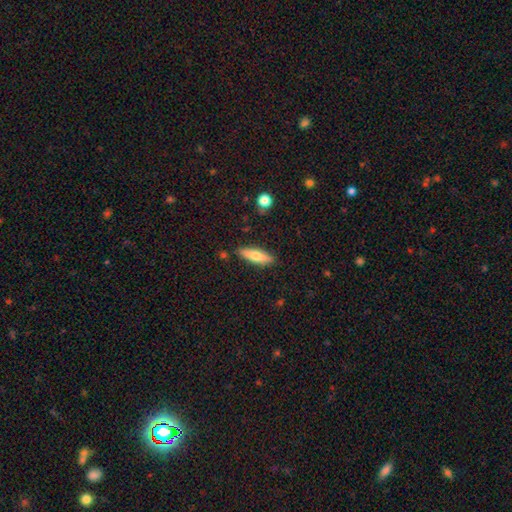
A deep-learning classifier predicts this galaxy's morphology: Smooth or featured? Predicted: smooth (p=0.66). How rounded? Predicted: cigar-shaped (p=0.57). Merging? Predicted: none (p=0.86).